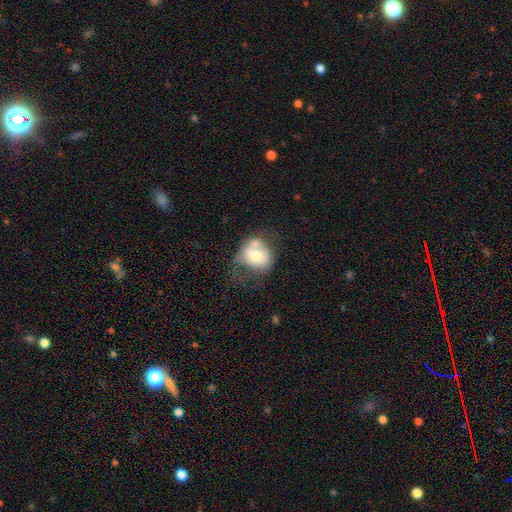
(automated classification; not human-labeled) This appears to be a smooth galaxy with no disk features (60%) that is round (64%). Merging: none (31%).